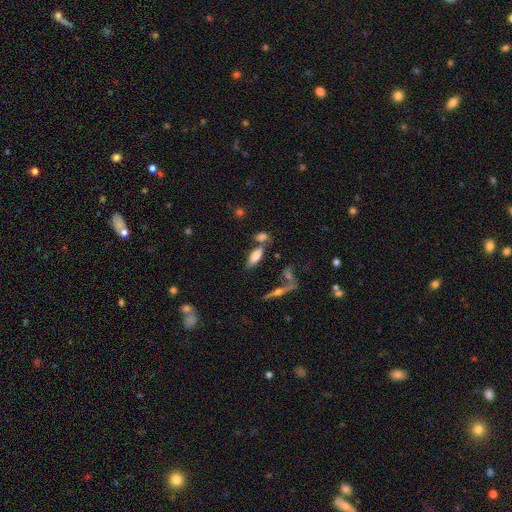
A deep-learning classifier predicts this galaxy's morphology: smooth_or_featured: smooth (p=0.70) [alt: featured or disk p=0.20]
how_rounded: in between (p=0.74) [alt: cigar-shaped p=0.23]
merging: none (p=0.56) [alt: merger p=0.25]